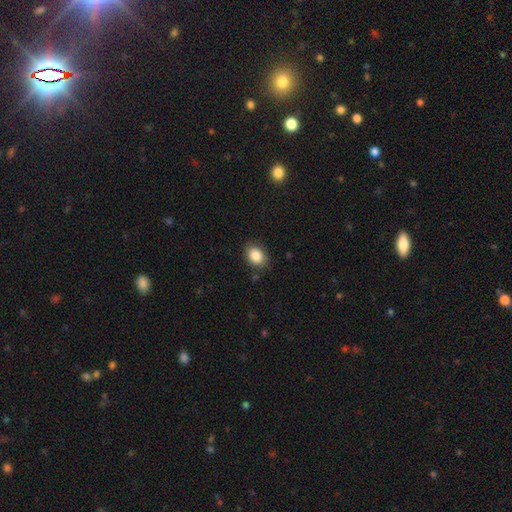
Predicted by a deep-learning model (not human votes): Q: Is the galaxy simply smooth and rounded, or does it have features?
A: smooth — 86%.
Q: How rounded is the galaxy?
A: in between — 71%.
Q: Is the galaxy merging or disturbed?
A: none — 84%.